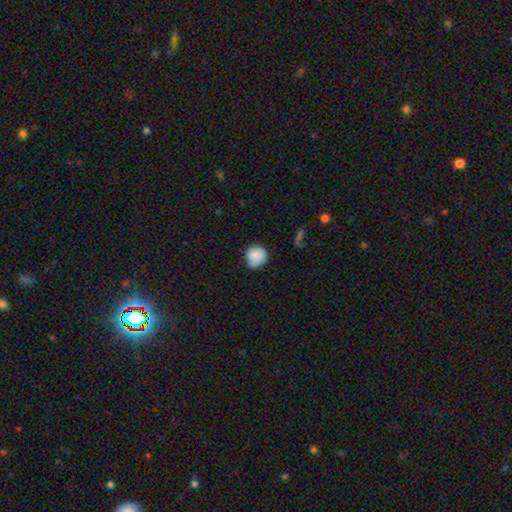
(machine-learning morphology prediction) smooth-or-featured: smooth: 83% | featured or disk: 10% | star or artifact: 8%
  how-rounded: round: 87% | in between: 12% | cigar-shaped: 1%
  merging: none: 55% | minor disturbance: 33% | major disturbance: 8% | merger: 3%